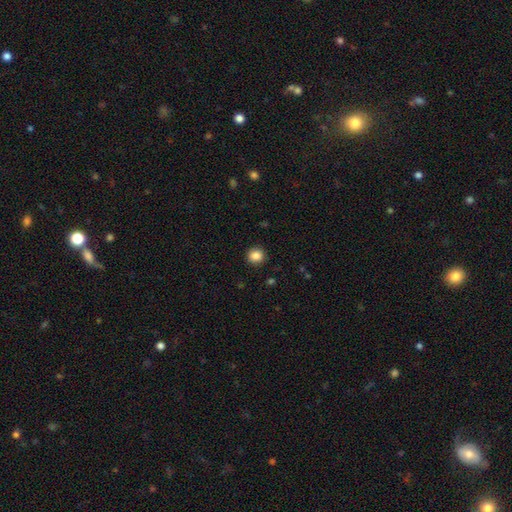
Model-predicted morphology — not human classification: Smooth or featured: smooth — 86% (star or artifact — 10%)
How rounded: round — 88% (in between — 11%)
Merging: none — 91% (minor disturbance — 6%)